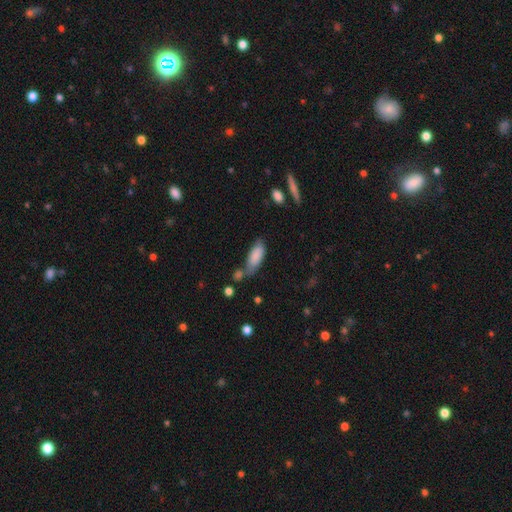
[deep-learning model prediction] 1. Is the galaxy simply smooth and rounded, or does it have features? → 82% smooth, 11% featured or disk, 7% star or artifact.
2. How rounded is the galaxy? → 75% in between, 23% cigar-shaped, 2% round.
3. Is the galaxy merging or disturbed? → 46% none, 27% minor disturbance, 18% merger, 9% major disturbance.